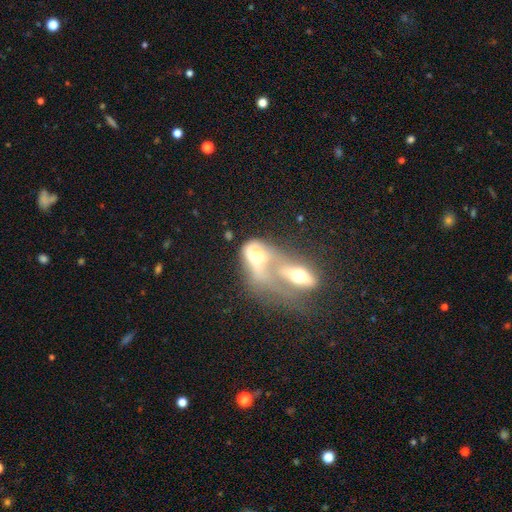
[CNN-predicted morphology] This is possibly a featured or disk galaxy (49%). Merging: likely merger (78%).